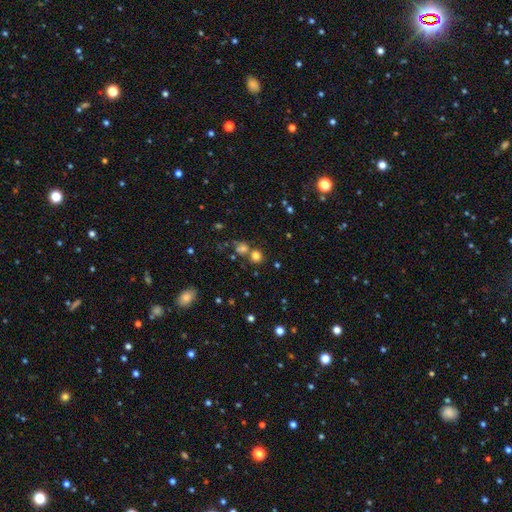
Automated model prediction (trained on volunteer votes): This is likely a smooth galaxy (73%). How rounded: clearly round (87%). Merging: likely none (63%).